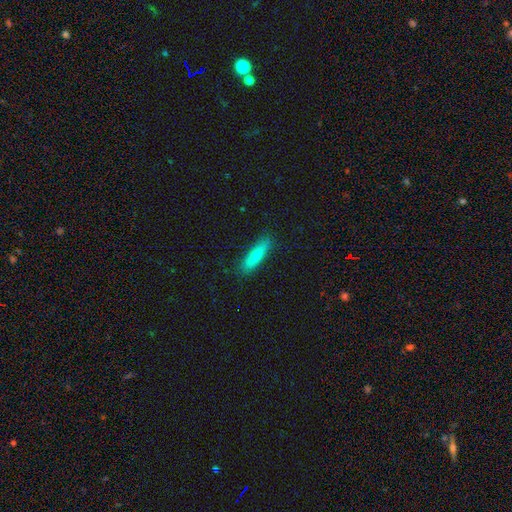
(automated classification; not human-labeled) smooth_or_featured: smooth (p=0.65) [alt: featured or disk p=0.28]
how_rounded: cigar-shaped (p=0.73) [alt: in between p=0.25]
merging: none (p=0.85) [alt: minor disturbance p=0.12]